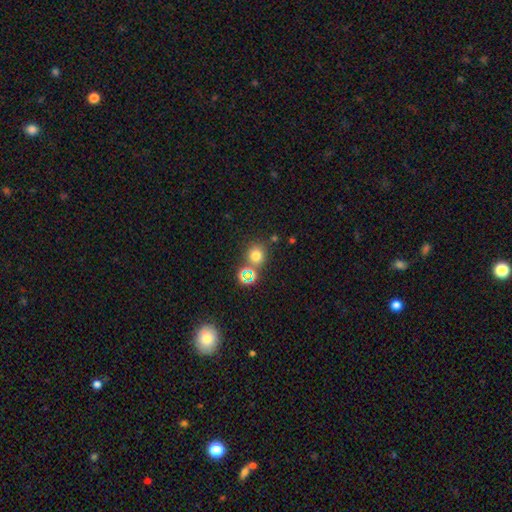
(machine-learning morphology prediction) This is likely a smooth galaxy (71%). How rounded: clearly round (85%). Merging: likely none (71%).